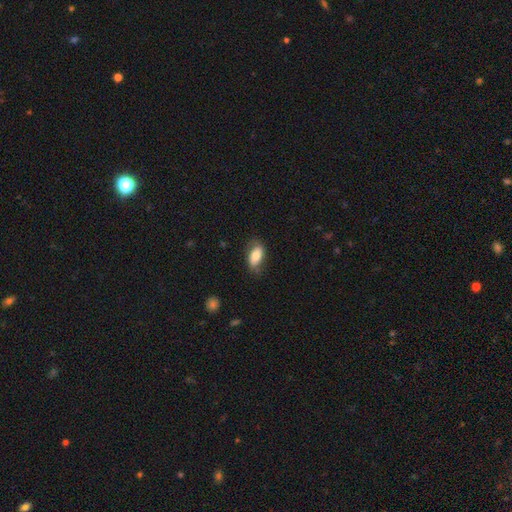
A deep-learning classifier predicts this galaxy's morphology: Smooth or featured? smooth (70%)
How rounded? in between (91%)
Merging? none (65%)